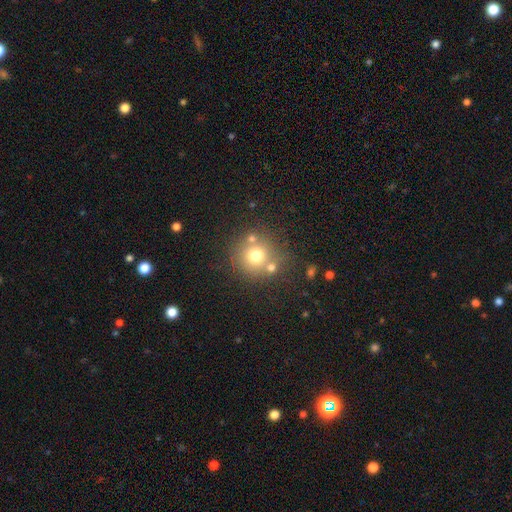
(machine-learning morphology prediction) Q: Smooth or featured?
A: smooth (71%); runner-up: star or artifact (15%)
Q: How rounded?
A: round (91%); runner-up: in between (8%)
Q: Merging?
A: none (66%); runner-up: merger (19%)